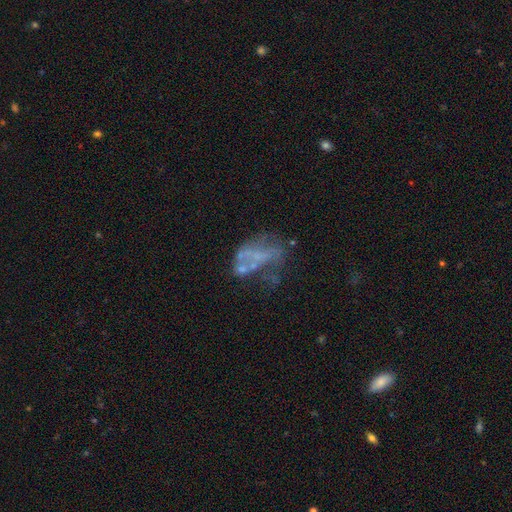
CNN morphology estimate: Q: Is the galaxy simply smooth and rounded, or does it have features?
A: featured or disk — 58%.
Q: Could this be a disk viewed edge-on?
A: no — 97%.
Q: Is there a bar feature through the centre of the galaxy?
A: no — 87%.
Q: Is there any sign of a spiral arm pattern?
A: no — 90%.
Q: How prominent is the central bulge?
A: none — 76%.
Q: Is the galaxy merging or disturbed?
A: none — 34%.